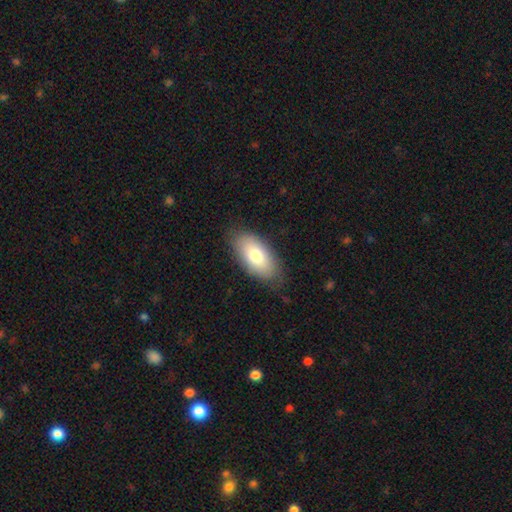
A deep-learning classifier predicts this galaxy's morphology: smooth_or_featured: smooth (p=0.76) [alt: featured or disk p=0.18]
how_rounded: in between (p=0.92) [alt: cigar-shaped p=0.04]
merging: none (p=0.80) [alt: minor disturbance p=0.15]